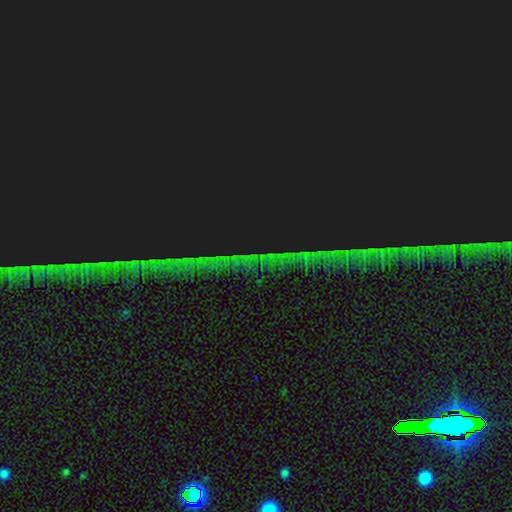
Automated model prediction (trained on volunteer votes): smooth_or_featured: star or artifact (p=0.85) [alt: smooth p=0.08]